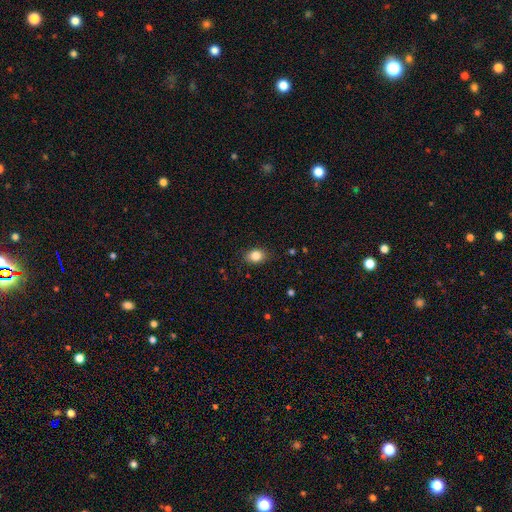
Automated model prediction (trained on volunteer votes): smooth_or_featured: smooth (p=0.85) [alt: star or artifact p=0.09]
how_rounded: in between (p=0.67) [alt: round p=0.32]
merging: none (p=0.84) [alt: minor disturbance p=0.13]